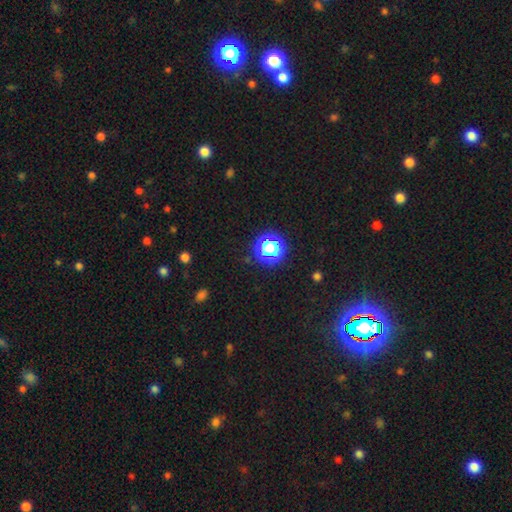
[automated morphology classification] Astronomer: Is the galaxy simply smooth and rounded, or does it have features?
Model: star or artifact — 73%.